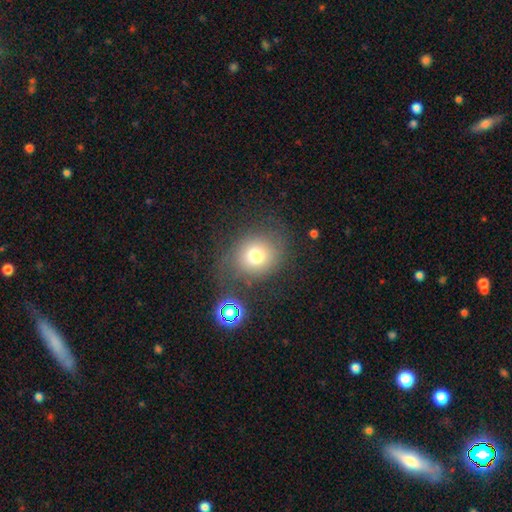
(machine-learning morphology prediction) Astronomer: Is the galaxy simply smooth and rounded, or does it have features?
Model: smooth — 72%.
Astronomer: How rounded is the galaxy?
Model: round — 77%.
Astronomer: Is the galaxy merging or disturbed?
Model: none — 67%.